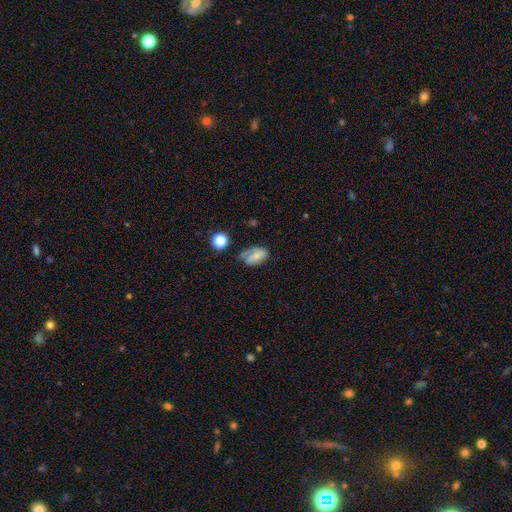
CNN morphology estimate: Q: Smooth or featured?
A: smooth (59%); runner-up: featured or disk (29%)
Q: How rounded?
A: in between (86%); runner-up: round (12%)
Q: Merging?
A: none (47%); runner-up: minor disturbance (31%)